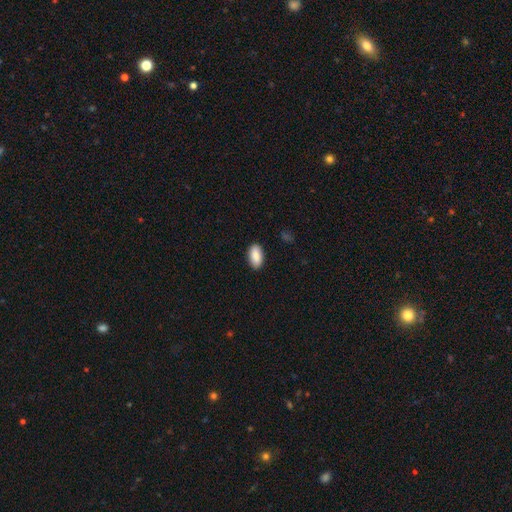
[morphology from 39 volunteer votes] smooth_or_featured: smooth (p=0.87) [alt: featured or disk p=0.08]
how_rounded: in between (p=0.94) [alt: cigar-shaped p=0.06]
merging: none (p=0.89) [alt: minor disturbance p=0.11]